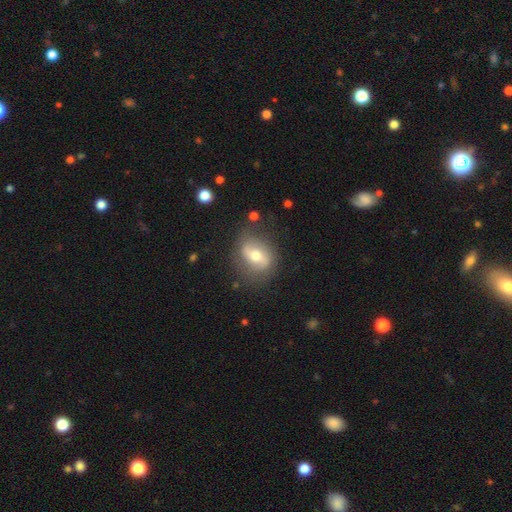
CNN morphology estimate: type=featured or disk (57%); edge-on=no (91%); bar=weak (36%, tied with strong); spiral arms=yes (65%); bulge=moderate (69%); merging=none (72%).